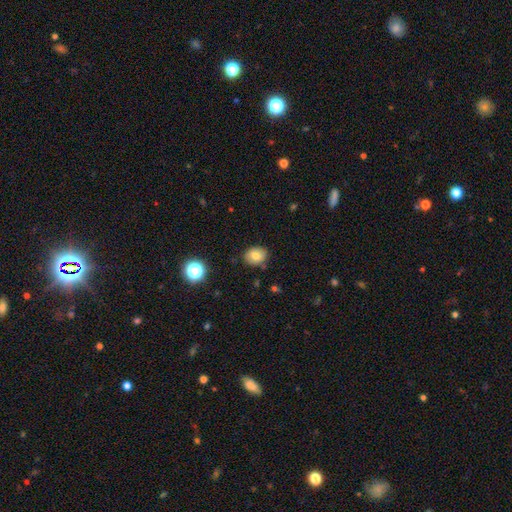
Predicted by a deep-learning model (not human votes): A smooth galaxy with no disk features (77%) that is round (50%).

Vote fractions:
- Smooth or featured? smooth: 77% / featured or disk: 11% / star or artifact: 11%
- How rounded? round: 50% / in between: 49% / cigar-shaped: 1%
- Merging? none: 82% / minor disturbance: 13% / major disturbance: 3% / merger: 2%